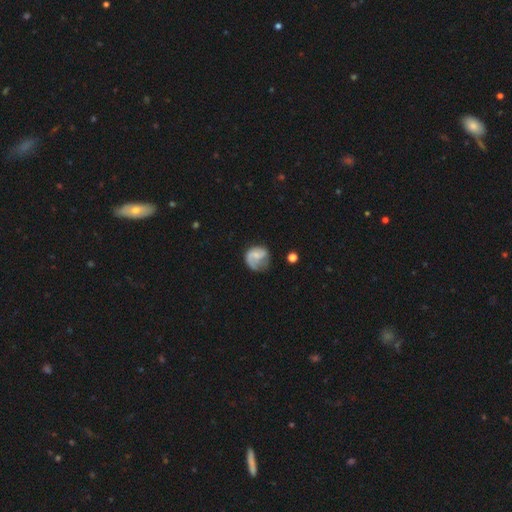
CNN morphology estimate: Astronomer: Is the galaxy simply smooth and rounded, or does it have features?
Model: featured or disk — 55% (runner-up: smooth, 38%).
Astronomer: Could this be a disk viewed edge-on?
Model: no — 98%.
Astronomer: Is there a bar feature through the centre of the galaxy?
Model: no — 53% (runner-up: weak, 38%).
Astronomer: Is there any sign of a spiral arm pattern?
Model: yes — 81%.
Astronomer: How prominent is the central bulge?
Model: small — 49% (runner-up: none, 28%).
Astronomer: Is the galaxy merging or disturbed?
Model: none — 47% (runner-up: minor disturbance, 28%).